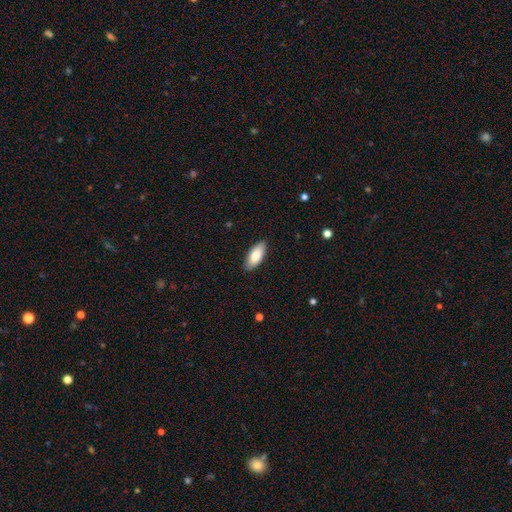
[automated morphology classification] Q: Smooth or featured?
A: smooth (85%); runner-up: featured or disk (9%)
Q: How rounded?
A: in between (85%); runner-up: cigar-shaped (14%)
Q: Merging?
A: none (87%); runner-up: minor disturbance (10%)